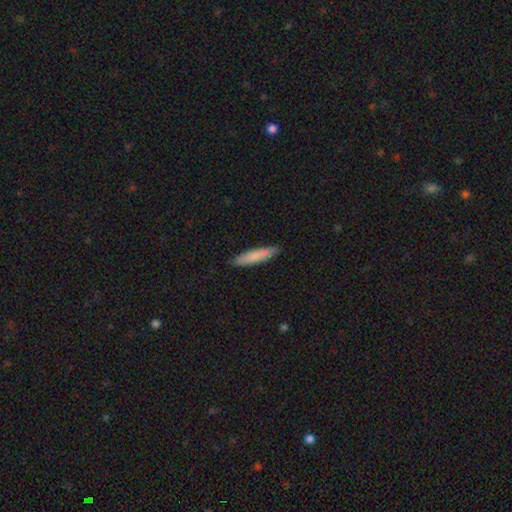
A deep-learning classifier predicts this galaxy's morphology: Smooth or featured?
  - smooth: 82% *
  - featured or disk: 13%
  - star or artifact: 5%
How rounded?
  - cigar-shaped: 84% *
  - in between: 14%
  - round: 1%
Merging?
  - none: 88% *
  - minor disturbance: 9%
  - major disturbance: 2%
  - merger: 1%